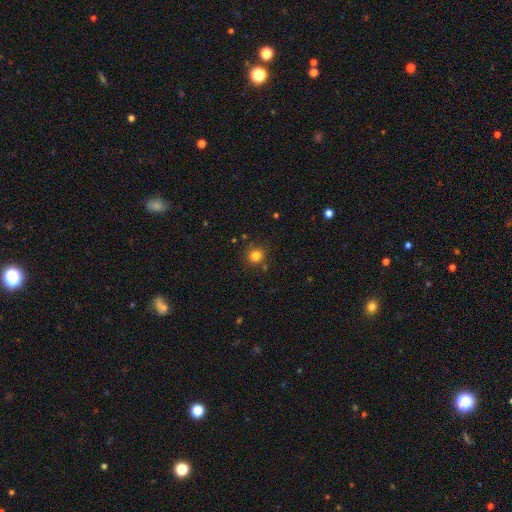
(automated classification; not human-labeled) Q: Smooth or featured?
A: smooth (81%); runner-up: star or artifact (13%)
Q: How rounded?
A: round (86%); runner-up: in between (13%)
Q: Merging?
A: none (81%); runner-up: minor disturbance (11%)